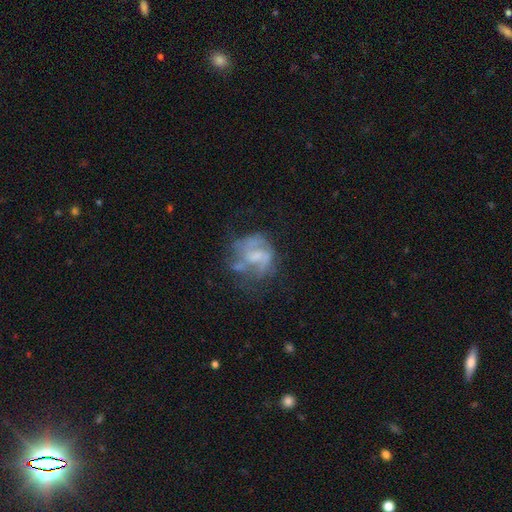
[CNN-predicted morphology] Smooth or featured: featured or disk — 66% (smooth — 25%)
Edge-on disk: no — 98% (yes — 2%)
Bar: no — 48% (weak — 41%)
Spiral arms: yes — 60% (no — 40%)
Bulge size: none — 33% (moderate — 32%)
Merging: none — 43% (major disturbance — 28%)